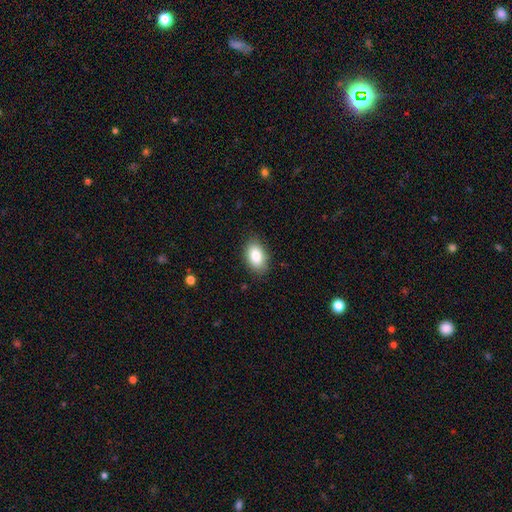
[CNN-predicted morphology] This is clearly a smooth galaxy (86%). How rounded: clearly in between (90%). Merging: clearly none (85%).